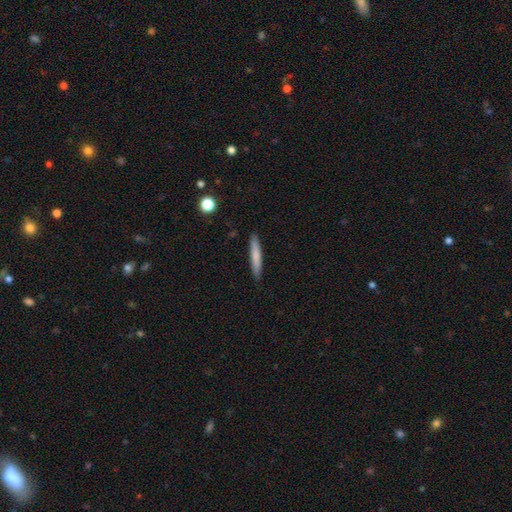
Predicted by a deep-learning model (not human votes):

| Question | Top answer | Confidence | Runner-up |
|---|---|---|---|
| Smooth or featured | smooth | 75% | featured or disk (19%) |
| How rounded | cigar-shaped | 93% | in between (5%) |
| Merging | none | 89% | minor disturbance (9%) |